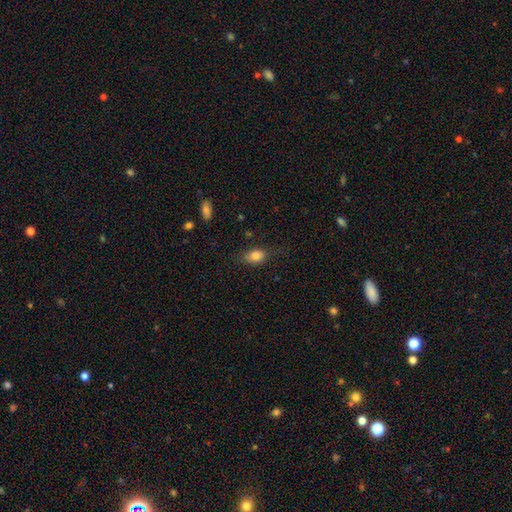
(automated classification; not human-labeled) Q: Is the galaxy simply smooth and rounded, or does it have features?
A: smooth — 83%.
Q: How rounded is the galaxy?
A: in between — 79%.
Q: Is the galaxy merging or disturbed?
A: none — 73%.